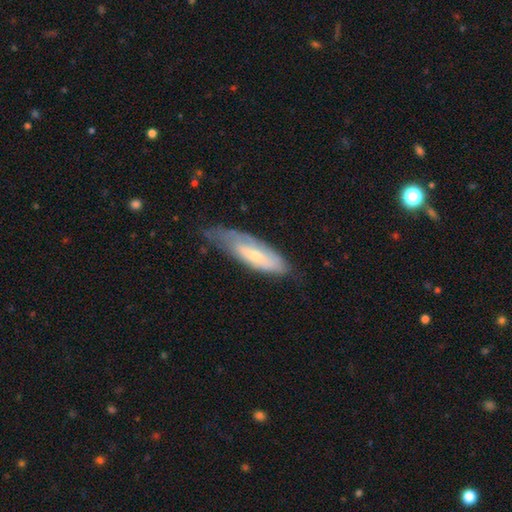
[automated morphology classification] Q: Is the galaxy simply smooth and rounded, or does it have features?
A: smooth — 51%.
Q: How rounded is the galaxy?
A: in between — 52%.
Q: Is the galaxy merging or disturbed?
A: none — 43%.